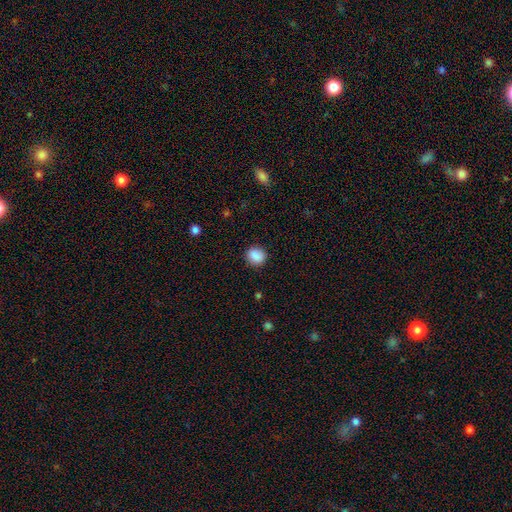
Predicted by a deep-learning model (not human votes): The model was most divided on "how rounded": round: 73%, in between: 26%, cigar-shaped: 1%. More confident: smooth or featured — smooth (88%); merging — none (87%).